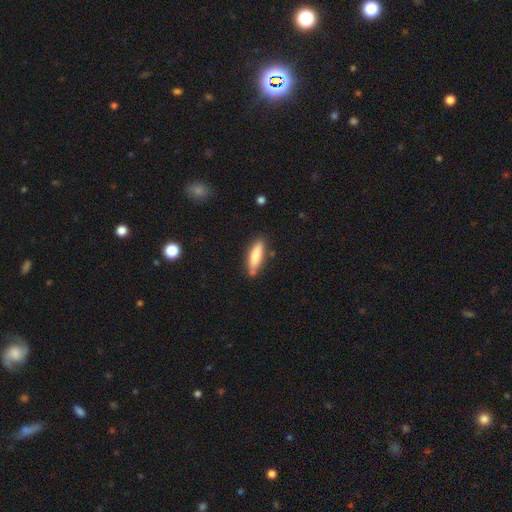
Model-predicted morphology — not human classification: Smooth or featured: smooth — 79% (featured or disk — 15%)
How rounded: cigar-shaped — 62% (in between — 37%)
Merging: none — 78% (minor disturbance — 15%)